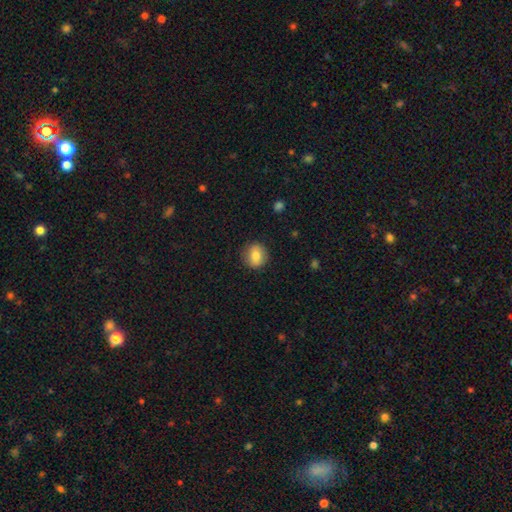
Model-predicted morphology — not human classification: smooth 77%, featured or disk 14%, star or artifact 8%. Down the decision tree: how rounded — round (77%); merging — none (86%).